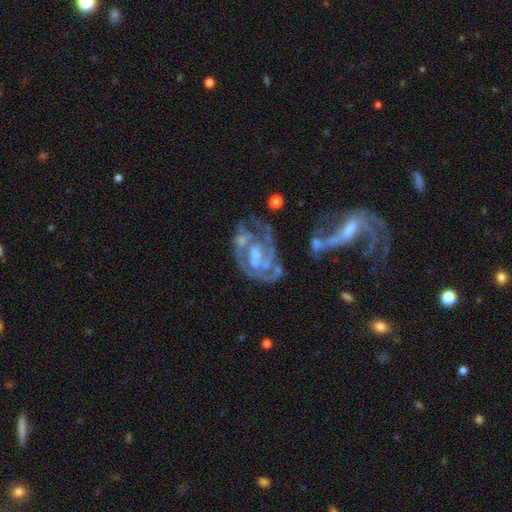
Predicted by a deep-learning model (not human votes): featured or disk 82%, smooth 10%, star or artifact 8%. Down the decision tree: edge-on disk — no (97%); bar — no (50%); spiral arms — yes (71%); spiral arm count — can't tell (37%); spiral winding — tight (43%); bulge size — small (41%); merging — none (32%).